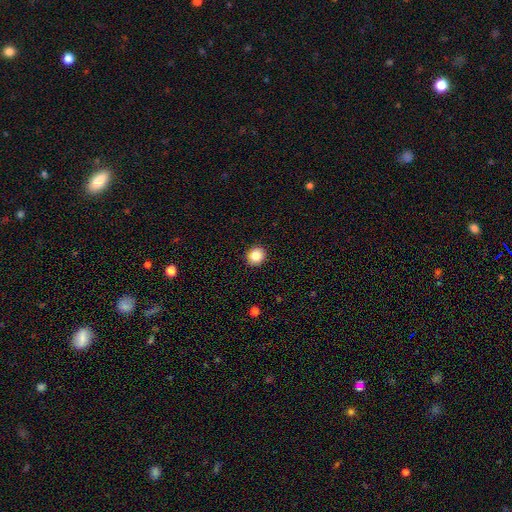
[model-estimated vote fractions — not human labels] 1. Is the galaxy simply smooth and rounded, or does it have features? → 84% smooth, 10% star or artifact, 6% featured or disk.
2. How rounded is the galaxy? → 89% round, 10% in between, 1% cigar-shaped.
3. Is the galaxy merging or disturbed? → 92% none, 5% minor disturbance, 2% major disturbance, 1% merger.